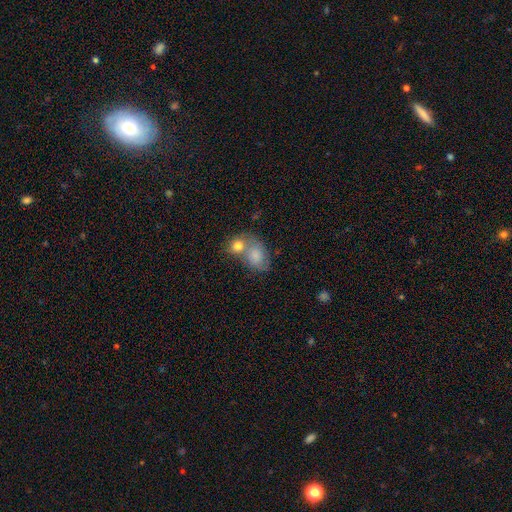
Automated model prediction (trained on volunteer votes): smooth 72%, featured or disk 20%, star or artifact 8%. Down the decision tree: how rounded — in between (70%); merging — merger (54%).